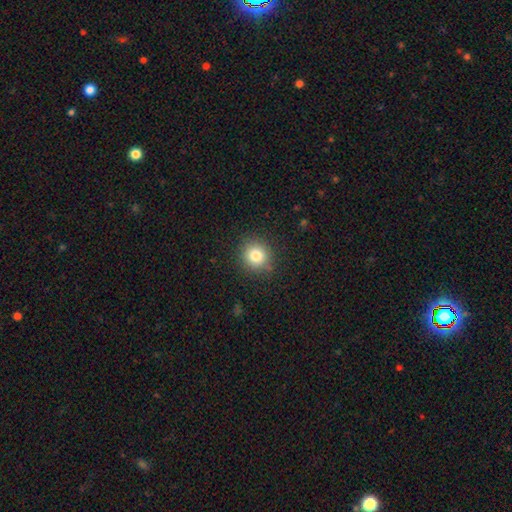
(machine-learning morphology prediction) smooth 81%, star or artifact 11%, featured or disk 8%. Down the decision tree: how rounded — round (90%); merging — none (88%).